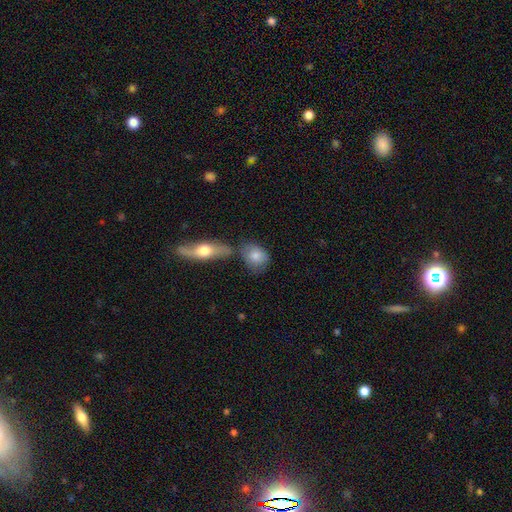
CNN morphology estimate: The model was most divided on "how rounded": in between: 53%, round: 44%, cigar-shaped: 4%. More confident: smooth or featured — smooth (78%); merging — none (56%).